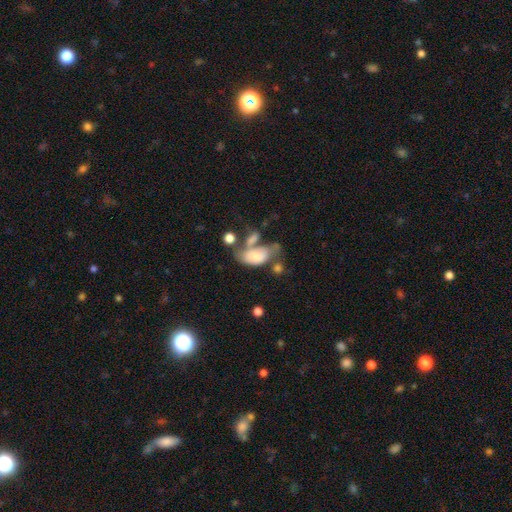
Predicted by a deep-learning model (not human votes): The model was most divided on "merging": merger: 41%, major disturbance: 23%, none: 18%, minor disturbance: 18%. More confident: how rounded — in between (92%); smooth or featured — smooth (68%).